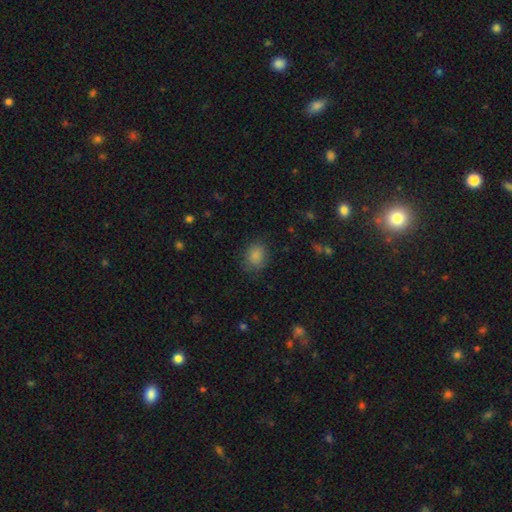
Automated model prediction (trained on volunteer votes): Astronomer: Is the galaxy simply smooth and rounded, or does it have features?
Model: smooth — 85%.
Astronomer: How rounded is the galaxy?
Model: in between — 52% (runner-up: round, 47%).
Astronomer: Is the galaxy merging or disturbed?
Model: none — 79%.